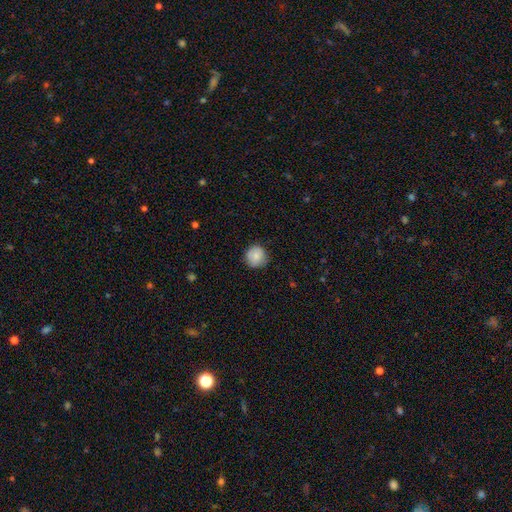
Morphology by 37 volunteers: Overall: smooth (76%). How rounded: round (93%). Merging: none (86%).